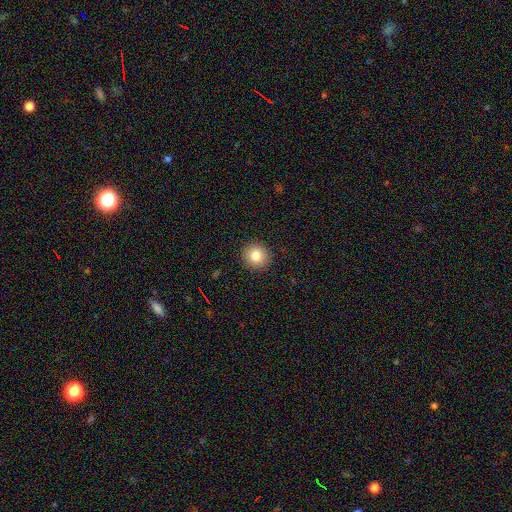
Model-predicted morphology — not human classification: This is clearly a smooth galaxy (83%). How rounded: clearly round (93%). Merging: clearly none (92%).